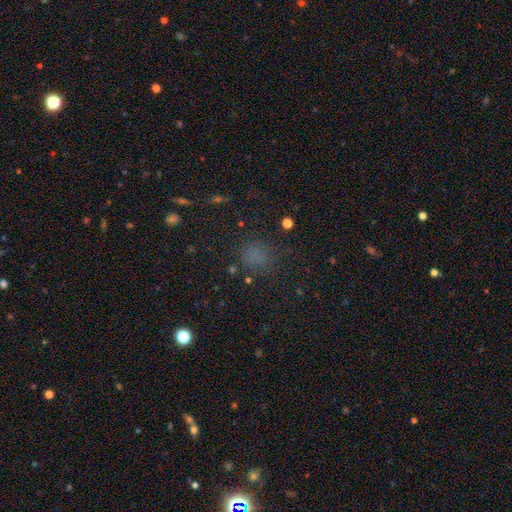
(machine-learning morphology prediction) This is likely a smooth galaxy (68%). How rounded: likely round (80%). Merging: likely none (78%).